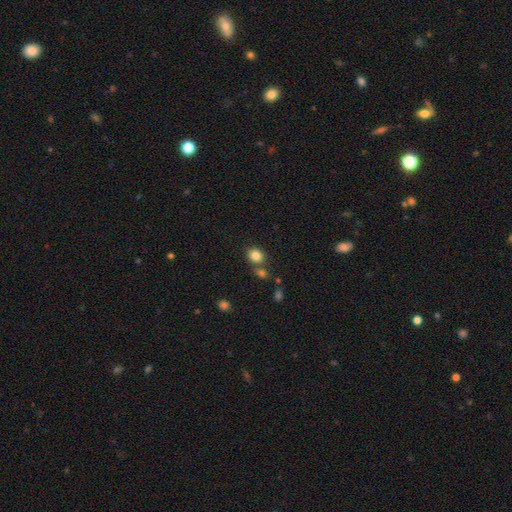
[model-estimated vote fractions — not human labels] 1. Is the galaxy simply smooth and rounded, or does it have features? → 84% smooth, 10% star or artifact, 6% featured or disk.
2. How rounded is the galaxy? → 57% round, 42% in between, 1% cigar-shaped.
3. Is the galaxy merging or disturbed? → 67% none, 19% merger, 11% minor disturbance, 4% major disturbance.